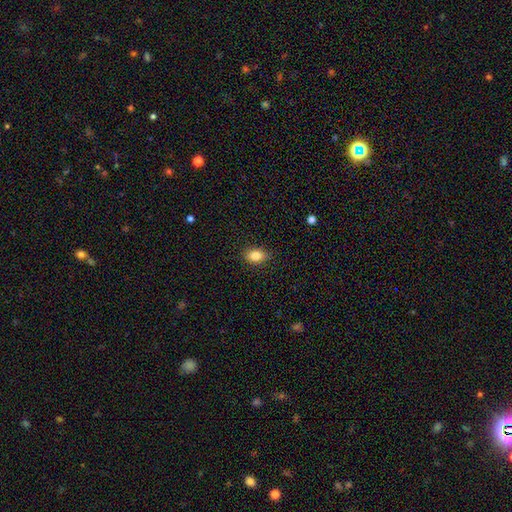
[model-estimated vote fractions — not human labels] Smooth or featured? Predicted: smooth (p=0.85). How rounded? Predicted: in between (p=0.80). Merging? Predicted: none (p=0.87).